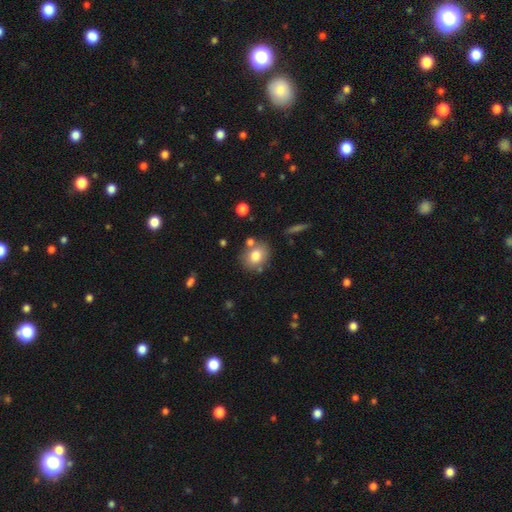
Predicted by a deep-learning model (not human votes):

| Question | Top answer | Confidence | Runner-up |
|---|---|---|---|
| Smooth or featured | smooth | 77% | featured or disk (13%) |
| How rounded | round | 55% | in between (44%) |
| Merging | none | 72% | minor disturbance (13%) |